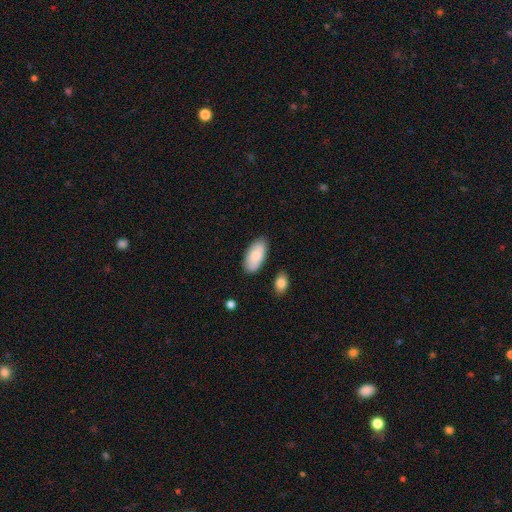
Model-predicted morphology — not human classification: Smooth or featured? Predicted: smooth (p=0.84). How rounded? Predicted: in between (p=0.94). Merging? Predicted: none (p=0.82).